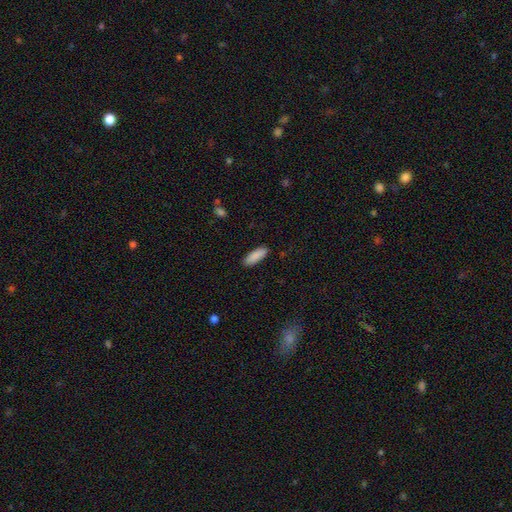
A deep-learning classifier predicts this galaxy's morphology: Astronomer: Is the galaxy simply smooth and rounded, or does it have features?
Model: smooth — 89%.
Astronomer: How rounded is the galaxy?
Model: in between — 64%.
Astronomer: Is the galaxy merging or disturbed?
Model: none — 89%.